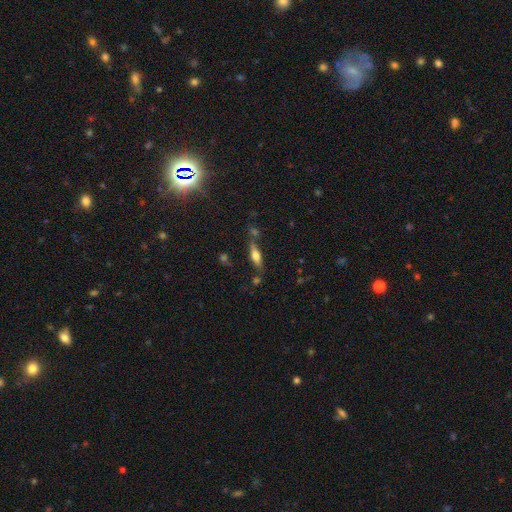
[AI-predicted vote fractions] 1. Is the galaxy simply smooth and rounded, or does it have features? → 55% smooth, 37% featured or disk, 9% star or artifact.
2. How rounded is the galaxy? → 52% cigar-shaped, 45% in between, 3% round.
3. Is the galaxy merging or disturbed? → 69% none, 16% minor disturbance, 10% merger, 5% major disturbance.